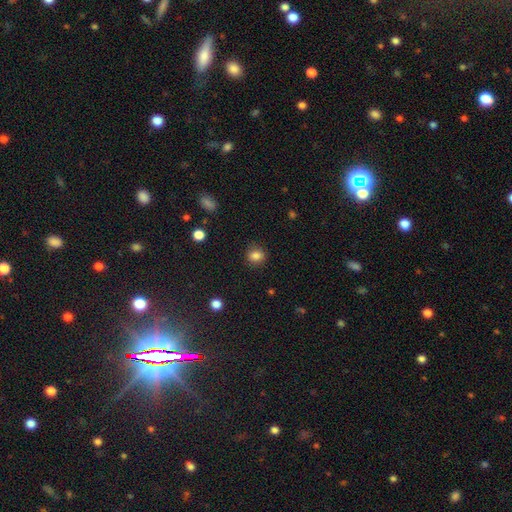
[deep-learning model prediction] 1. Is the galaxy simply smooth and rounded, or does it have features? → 84% smooth, 11% star or artifact, 5% featured or disk.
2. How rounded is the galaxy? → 74% round, 25% in between, 1% cigar-shaped.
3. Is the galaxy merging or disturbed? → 87% none, 9% minor disturbance, 3% major disturbance, 1% merger.